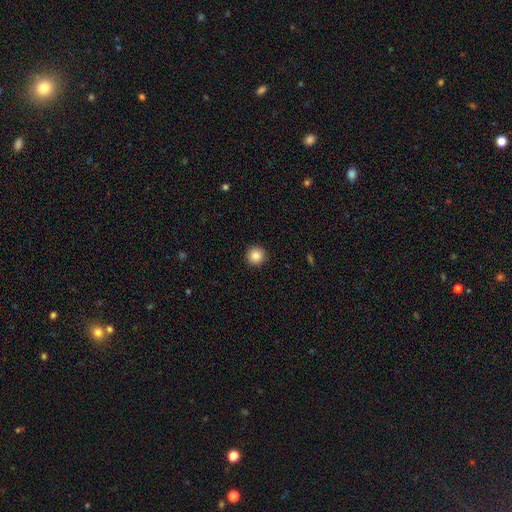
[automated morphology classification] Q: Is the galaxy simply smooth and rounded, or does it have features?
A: smooth — 87%.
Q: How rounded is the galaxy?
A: round — 95%.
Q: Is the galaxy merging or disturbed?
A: none — 93%.